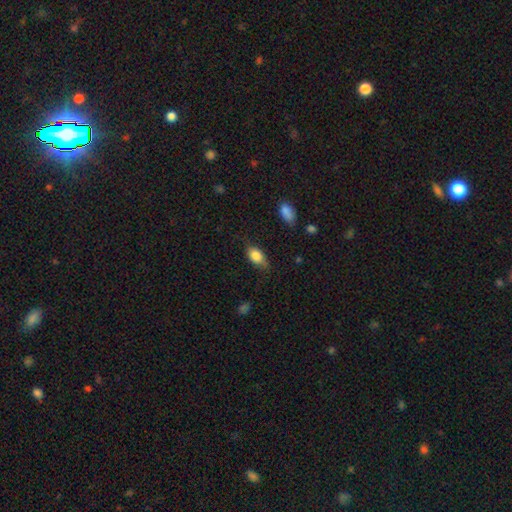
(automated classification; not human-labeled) This is clearly a smooth galaxy (80%). How rounded: clearly in between (87%). Merging: likely none (67%).